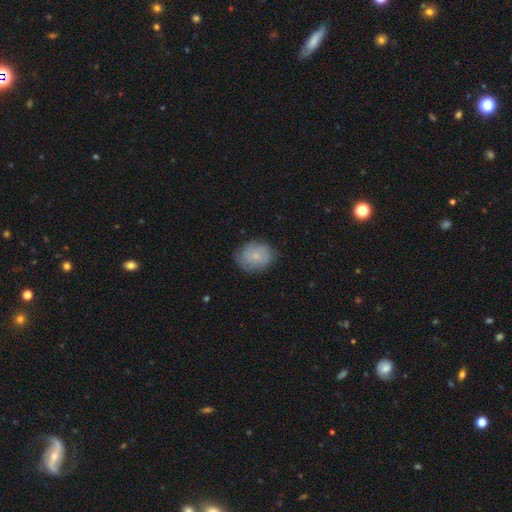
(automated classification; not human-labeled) A smooth galaxy with no disk features (65%) that is round (66%).

Vote fractions:
- Smooth or featured? smooth: 65% / featured or disk: 28% / star or artifact: 8%
- How rounded? round: 66% / in between: 33% / cigar-shaped: 1%
- Merging? none: 75% / minor disturbance: 19% / major disturbance: 5% / merger: 1%